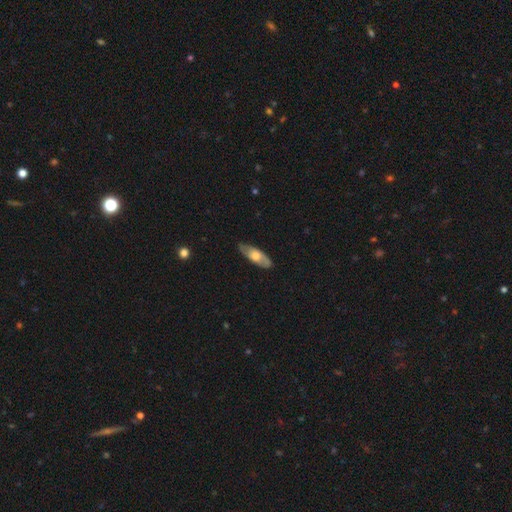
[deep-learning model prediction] This is possibly a smooth galaxy (51%). How rounded: likely in between (66%). Merging: clearly none (80%).